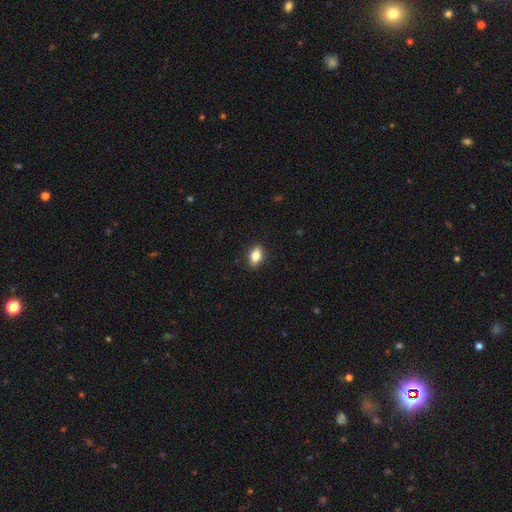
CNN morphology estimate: Overall: smooth (83%). How rounded: in between (85%). Merging: none (89%).